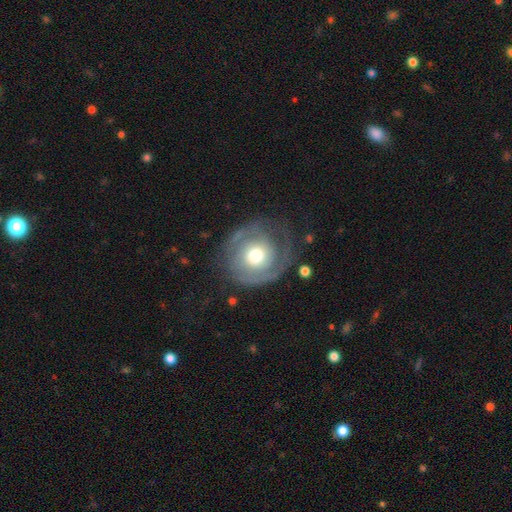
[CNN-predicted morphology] Smooth or featured? Predicted: featured or disk (p=0.75). Edge-on disk? Predicted: no (p=0.98). Bar? Predicted: no (p=0.79). Spiral arms? Predicted: yes (p=0.87). Spiral winding? Predicted: tight (p=0.60). Spiral arm count? Predicted: 2 (p=0.55). Bulge size? Predicted: moderate (p=0.61). Merging? Predicted: none (p=0.67).